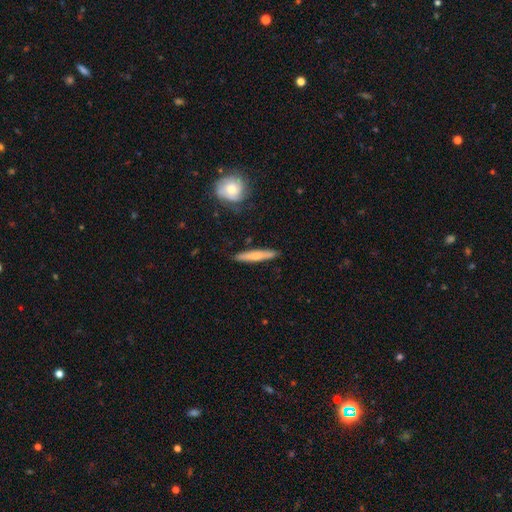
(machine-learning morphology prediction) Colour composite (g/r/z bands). It shows a smooth galaxy with no disk features (61%) that is cigar-shaped (90%). Merging: none (88%).